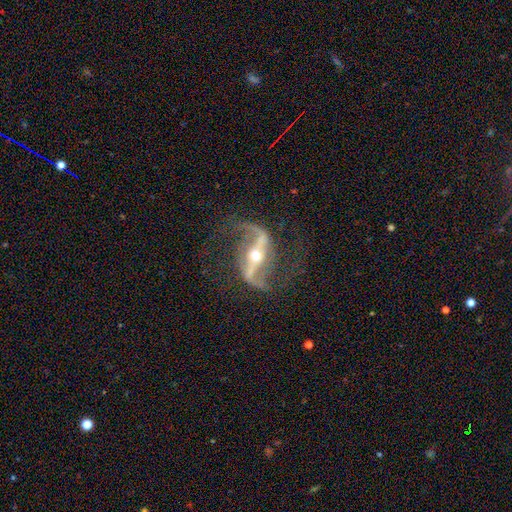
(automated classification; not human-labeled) Morphology: type=featured or disk (92%); edge-on=no (95%); bar=strong (66%); spiral arms=yes (97%); winding=loose (61%); arm count=2 (94%); bulge=moderate (59%); merging=none (77%).